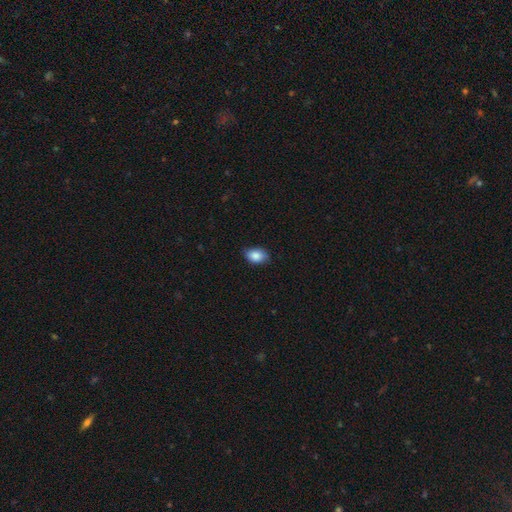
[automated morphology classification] Overall: smooth (86%). How rounded: in between (86%). Merging: none (80%).